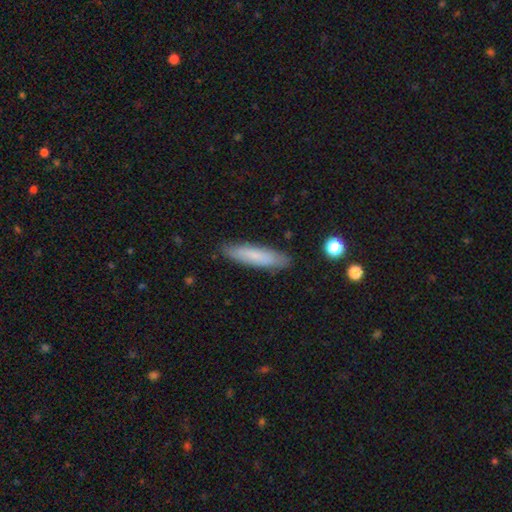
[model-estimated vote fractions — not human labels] smooth 75%, featured or disk 19%, star or artifact 6%. Down the decision tree: how rounded — cigar-shaped (76%); merging — none (86%).